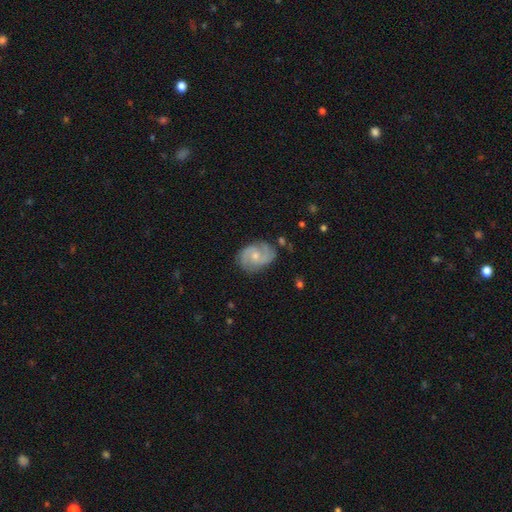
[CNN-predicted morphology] Overall: featured or disk (78%). Edge-on disk: no (97%). Bar: no (58%; weak 37%). Spiral arms: yes (94%). Spiral arm count: 2 (80%). Spiral winding: medium (51%; tight 31%). Bulge size: small (54%; moderate 41%). Merging: none (75%).